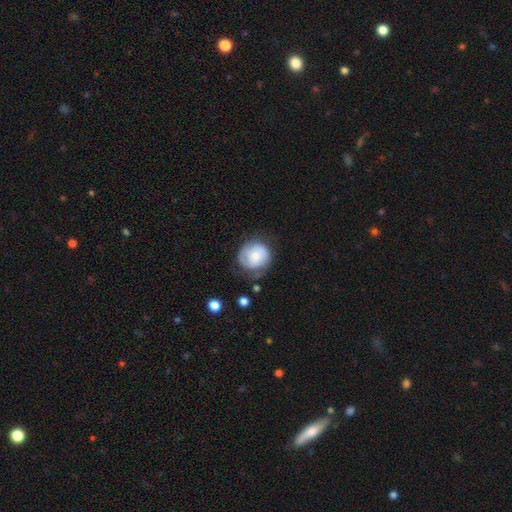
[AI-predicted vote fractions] Smooth or featured?
  - featured or disk: 52% *
  - smooth: 41%
  - star or artifact: 7%
Edge-on disk?
  - no: 98% *
  - yes: 2%
Bar?
  - no: 72% *
  - weak: 23%
  - strong: 5%
Spiral arms?
  - yes: 82% *
  - no: 18%
Bulge size?
  - small: 47% *
  - moderate: 35%
  - large: 8%
  - none: 7%
  - dominant: 2%
Merging?
  - none: 56% *
  - minor disturbance: 27%
  - major disturbance: 14%
  - merger: 2%